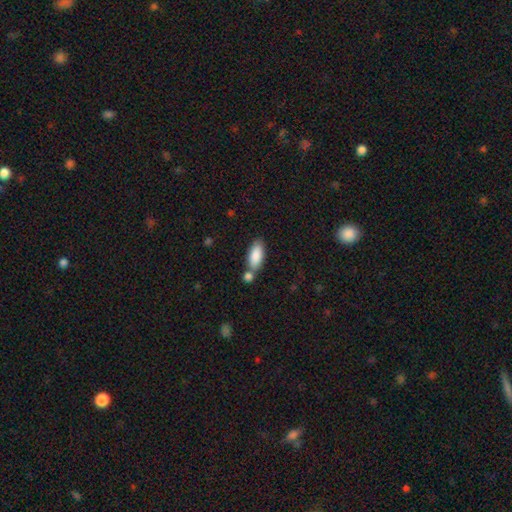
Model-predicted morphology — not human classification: smooth-or-featured: smooth: 86% | featured or disk: 7% | star or artifact: 6%
  how-rounded: in between: 85% | cigar-shaped: 13% | round: 2%
  merging: none: 56% | merger: 28% | minor disturbance: 13% | major disturbance: 4%